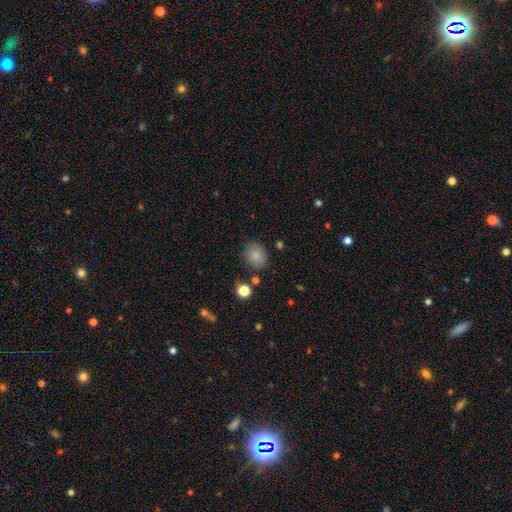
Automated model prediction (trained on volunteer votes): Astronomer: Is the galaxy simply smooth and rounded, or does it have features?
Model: smooth — 84%.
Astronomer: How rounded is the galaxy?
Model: round — 59% (runner-up: in between, 40%).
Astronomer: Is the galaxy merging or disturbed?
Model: none — 81%.